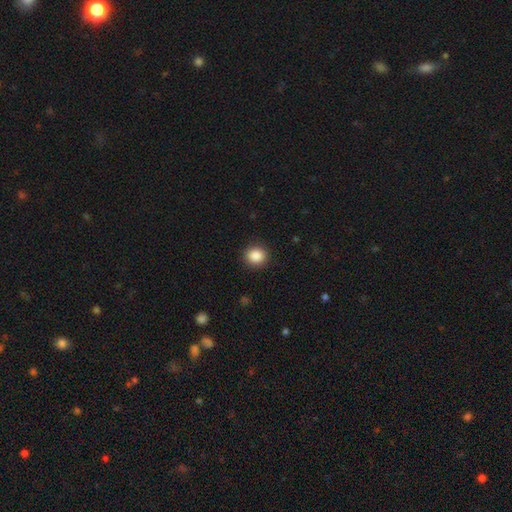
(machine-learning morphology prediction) smooth-or-featured: smooth: 88% | star or artifact: 9% | featured or disk: 3%
  how-rounded: round: 87% | in between: 12% | cigar-shaped: 1%
  merging: none: 91% | minor disturbance: 6% | major disturbance: 2% | merger: 1%